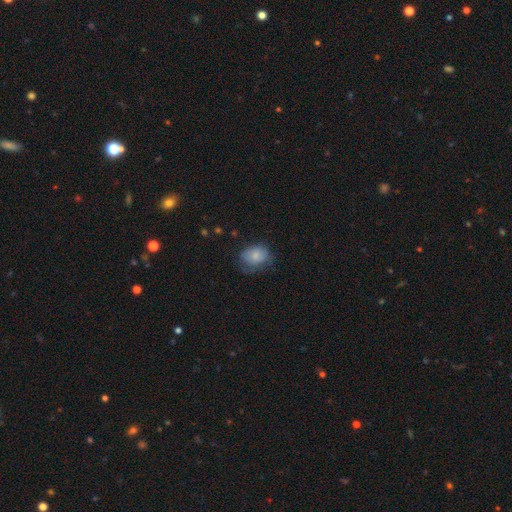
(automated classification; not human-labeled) A smooth galaxy with no disk features (76%) that is in between round and cigar-shaped (59%). Merging: none (48%).